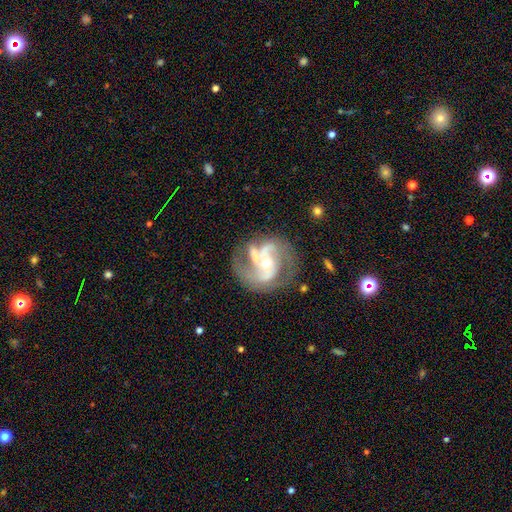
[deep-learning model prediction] Overall: featured or disk (87%). Edge-on disk: no (98%). Bar: no (45%; weak 33%). Spiral arms: yes (95%). Spiral arm count: 2 (68%). Spiral winding: medium (53%; loose 26%). Bulge size: small (50%; moderate 45%). Merging: none (56%; minor disturbance 18%).